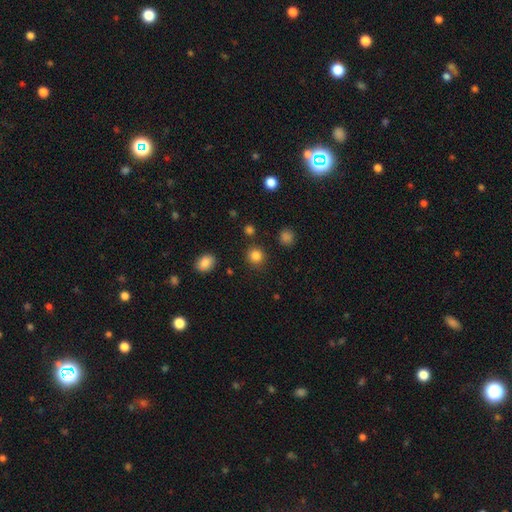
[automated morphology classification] A smooth galaxy with no disk features (84%) that is round (91%).

Vote fractions:
- Smooth or featured? smooth: 84% / star or artifact: 12% / featured or disk: 4%
- How rounded? round: 91% / in between: 8% / cigar-shaped: 1%
- Merging? none: 87% / minor disturbance: 7% / merger: 3% / major disturbance: 3%